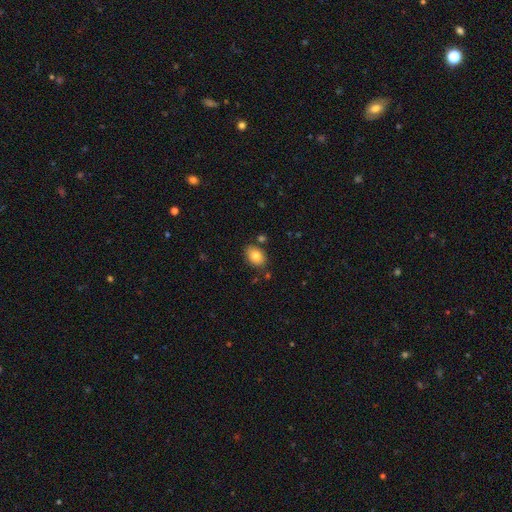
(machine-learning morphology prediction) The model was most divided on "how rounded": in between: 78%, round: 21%, cigar-shaped: 1%. More confident: smooth or featured — smooth (82%); merging — none (81%).